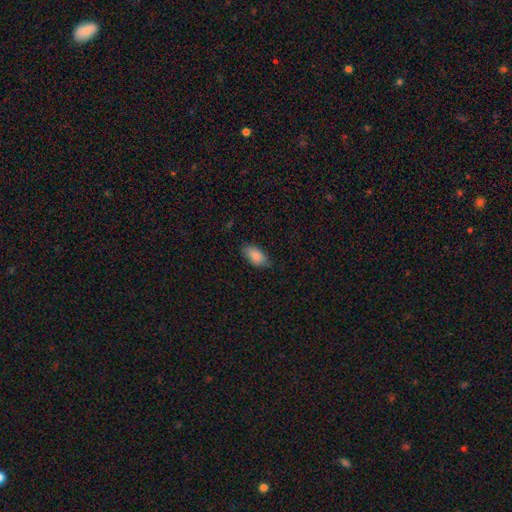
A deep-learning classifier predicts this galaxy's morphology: This appears to be a smooth galaxy with no disk features (88%) that is in between round and cigar-shaped (92%). Merging: none (80%).